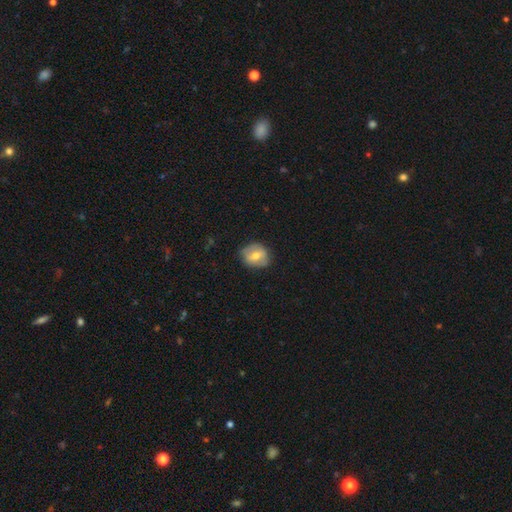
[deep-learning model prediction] Smooth or featured?
  - smooth: 56% *
  - featured or disk: 36%
  - star or artifact: 8%
How rounded?
  - round: 67% *
  - in between: 31%
  - cigar-shaped: 1%
Merging?
  - none: 78% *
  - minor disturbance: 17%
  - major disturbance: 4%
  - merger: 1%